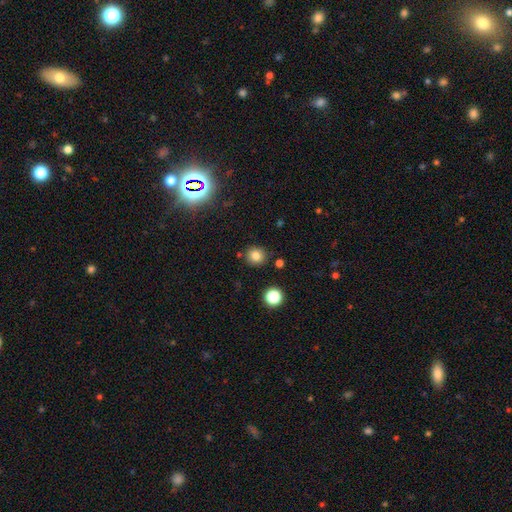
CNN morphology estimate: smooth-or-featured: smooth: 80% | star or artifact: 13% | featured or disk: 6%
  how-rounded: round: 90% | in between: 10% | cigar-shaped: 1%
  merging: none: 86% | minor disturbance: 8% | merger: 4% | major disturbance: 2%